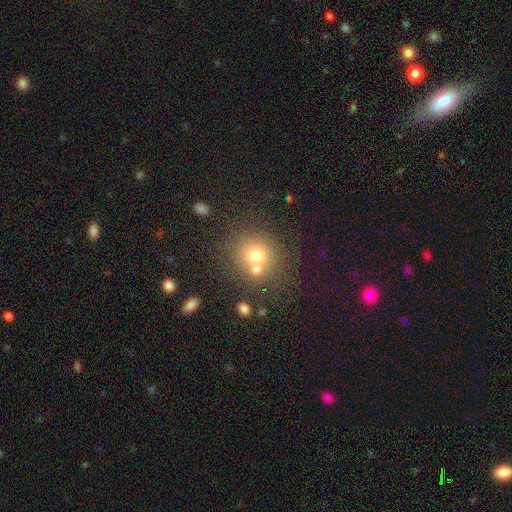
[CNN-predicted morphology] This appears to be a smooth galaxy with no disk features (70%) that is round (85%). Merging: none (56%).